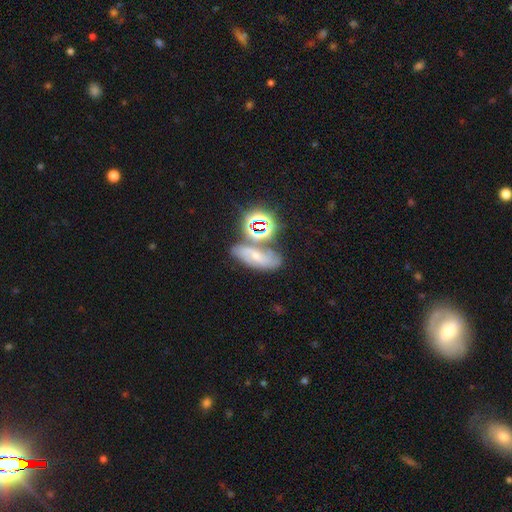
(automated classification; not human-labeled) Smooth or featured? star or artifact (35%)